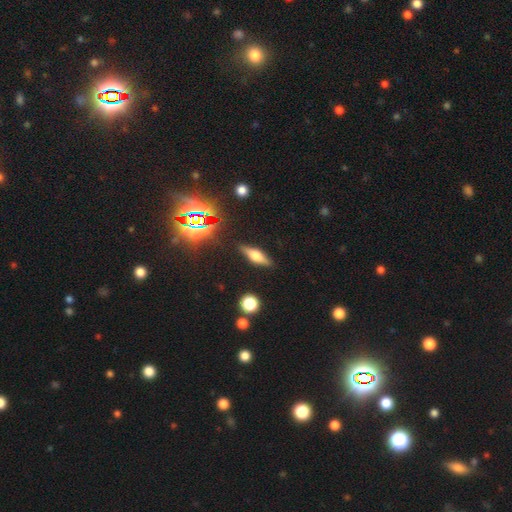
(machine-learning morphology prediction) A featured or disk galaxy (46%). Merging: none (86%).